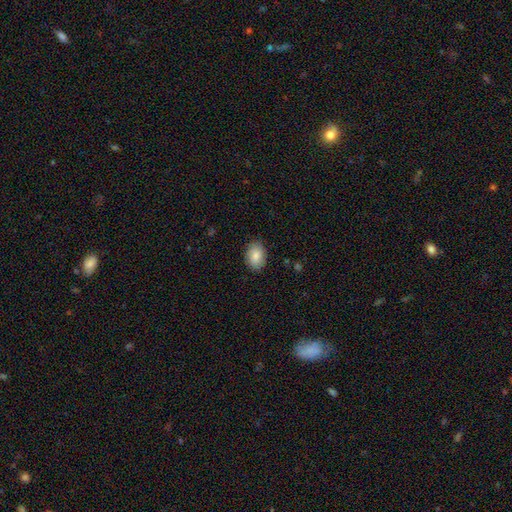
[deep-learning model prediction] The model was most divided on "how rounded": in between: 82%, round: 17%, cigar-shaped: 1%. More confident: smooth or featured — smooth (86%); merging — none (84%).